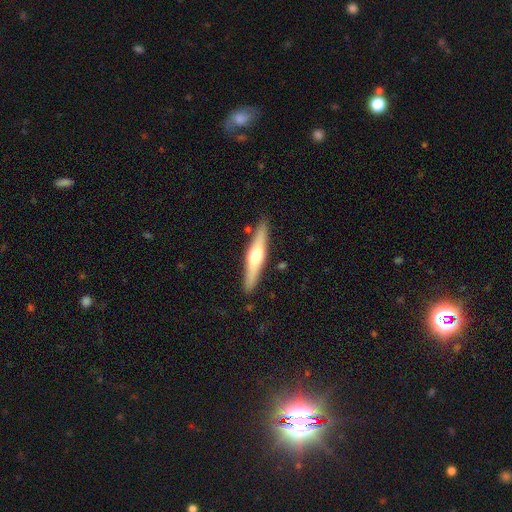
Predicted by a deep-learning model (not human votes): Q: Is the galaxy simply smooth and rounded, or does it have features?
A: featured or disk — 56%.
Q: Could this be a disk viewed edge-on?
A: yes — 95%.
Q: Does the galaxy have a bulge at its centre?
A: rounded — 91%.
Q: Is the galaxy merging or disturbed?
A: none — 88%.